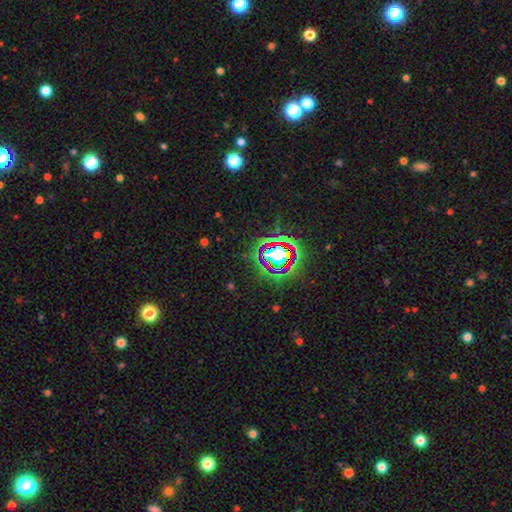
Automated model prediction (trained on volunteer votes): Morphology: type=star or artifact (70%).